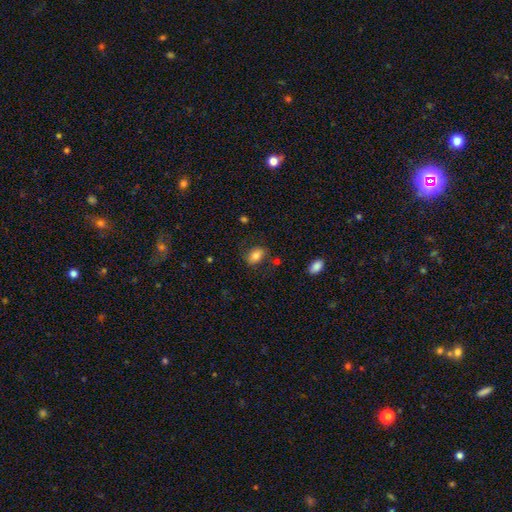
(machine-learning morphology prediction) smooth 78%, featured or disk 13%, star or artifact 9%. Down the decision tree: how rounded — in between (78%); merging — none (74%).